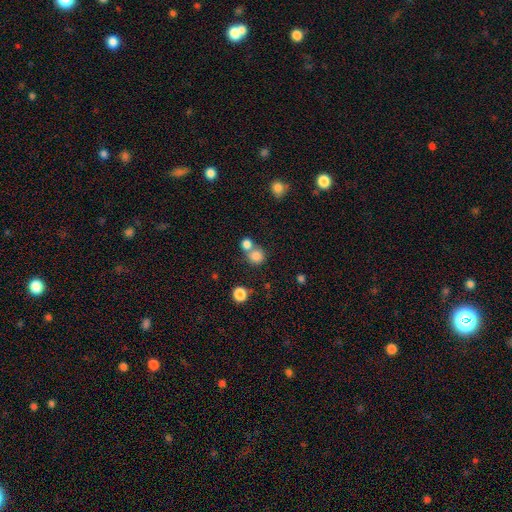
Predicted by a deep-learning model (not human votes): A smooth galaxy with no disk features (81%) that is round (88%). Merging: none (48%).